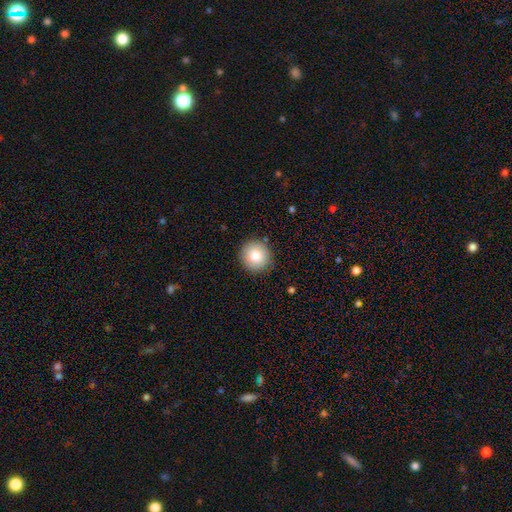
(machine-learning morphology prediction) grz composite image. It shows a smooth galaxy with no disk features (84%) that is round (93%). Merging: none (87%).